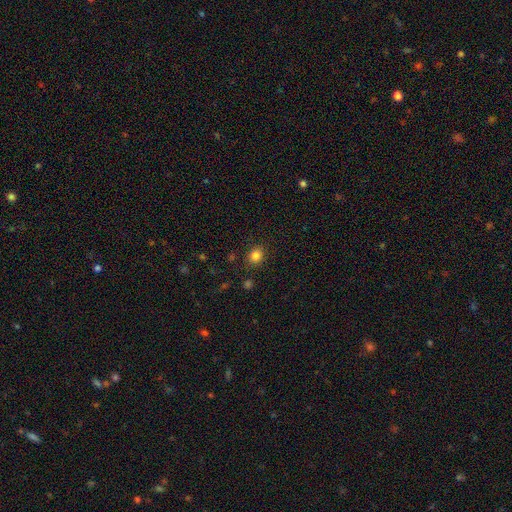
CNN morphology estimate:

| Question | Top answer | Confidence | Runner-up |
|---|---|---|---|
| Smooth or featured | smooth | 83% | star or artifact (12%) |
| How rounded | round | 70% | in between (29%) |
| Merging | none | 85% | minor disturbance (9%) |